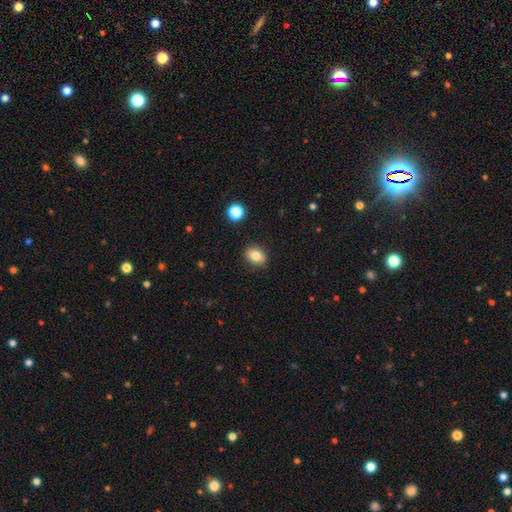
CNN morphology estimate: type=smooth (82%); roundness=in between (59%); merging=none (88%).